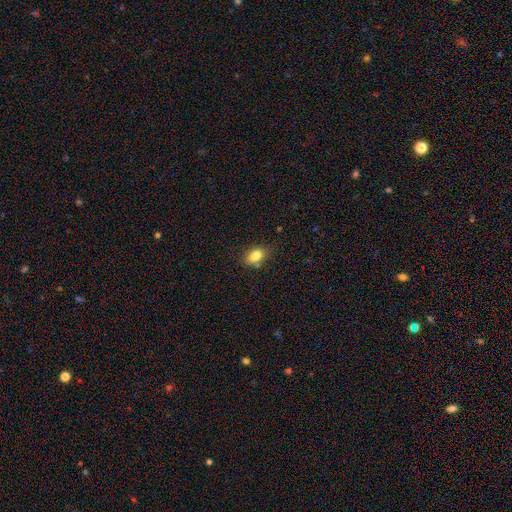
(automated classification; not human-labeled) Smooth or featured? Predicted: smooth (p=0.83). How rounded? Predicted: in between (p=0.84). Merging? Predicted: none (p=0.72).